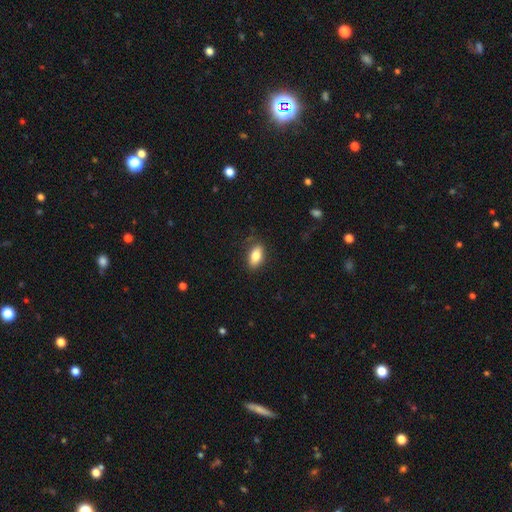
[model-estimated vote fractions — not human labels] smooth-or-featured: smooth: 81% | featured or disk: 12% | star or artifact: 7%
  how-rounded: in between: 88% | cigar-shaped: 7% | round: 5%
  merging: none: 82% | minor disturbance: 14% | major disturbance: 3% | merger: 1%